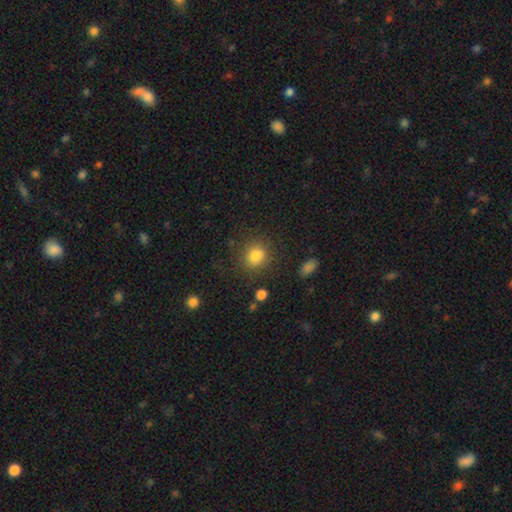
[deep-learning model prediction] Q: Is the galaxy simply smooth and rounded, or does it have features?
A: smooth — 83%.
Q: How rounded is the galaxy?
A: round — 68%.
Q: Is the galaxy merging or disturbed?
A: none — 79%.